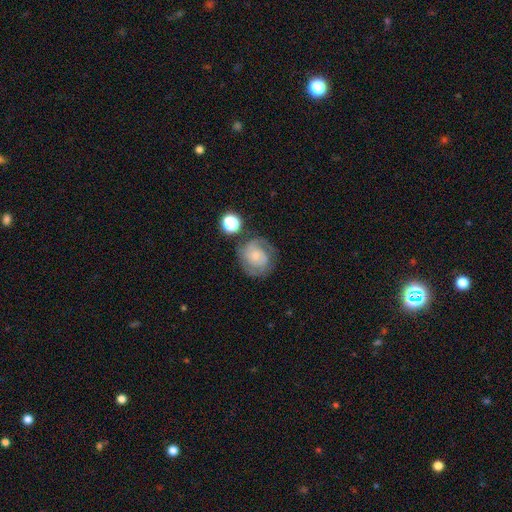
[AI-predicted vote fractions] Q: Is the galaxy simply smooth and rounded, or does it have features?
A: featured or disk — 60%.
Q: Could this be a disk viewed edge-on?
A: no — 97%.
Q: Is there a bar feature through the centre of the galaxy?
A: no — 75%.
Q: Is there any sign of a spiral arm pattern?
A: yes — 82%.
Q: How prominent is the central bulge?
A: small — 59%.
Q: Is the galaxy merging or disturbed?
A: none — 60%.